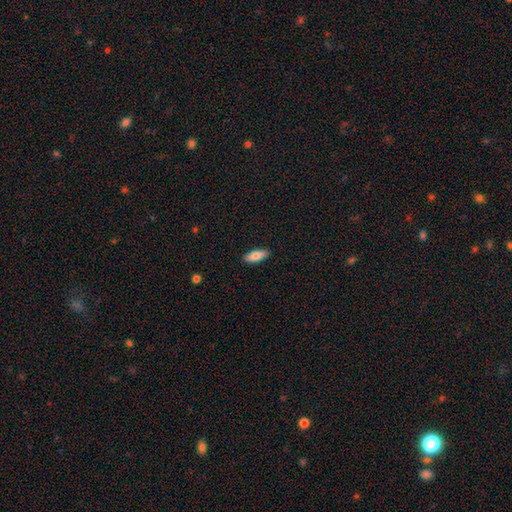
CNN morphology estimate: Smooth or featured: smooth — 83% (featured or disk — 11%)
How rounded: in between — 74% (cigar-shaped — 24%)
Merging: none — 89% (minor disturbance — 8%)